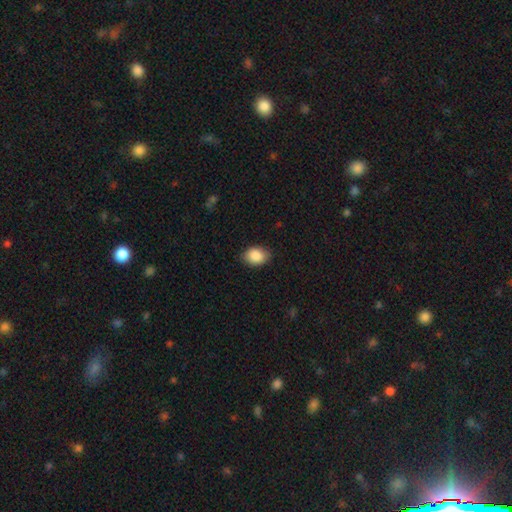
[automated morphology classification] type=smooth (88%); roundness=in between (72%); merging=none (84%).